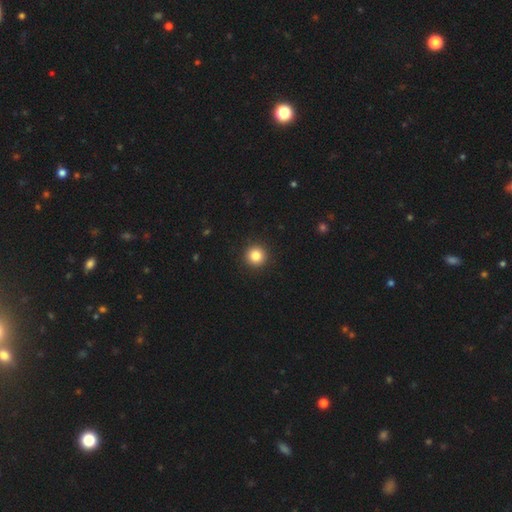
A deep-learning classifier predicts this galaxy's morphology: This is clearly a smooth galaxy (84%). How rounded: clearly round (96%). Merging: clearly none (93%).